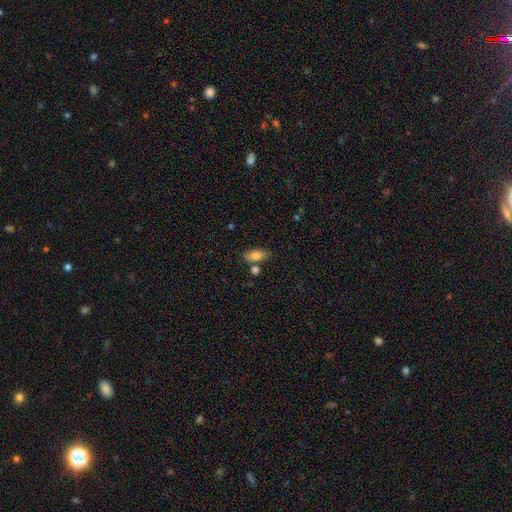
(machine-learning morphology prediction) smooth_or_featured: smooth (p=0.81) [alt: featured or disk p=0.11]
how_rounded: in between (p=0.82) [alt: cigar-shaped p=0.14]
merging: none (p=0.70) [alt: minor disturbance p=0.14]